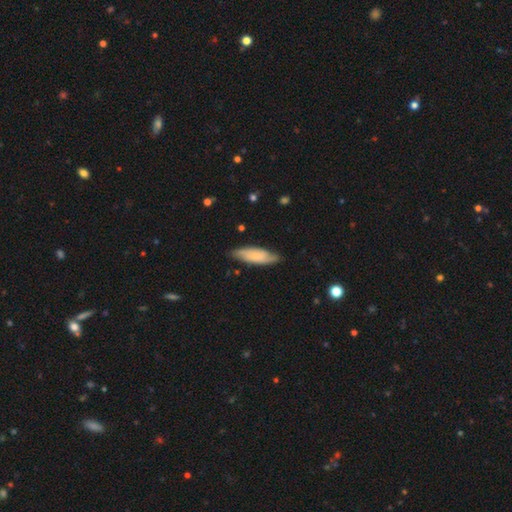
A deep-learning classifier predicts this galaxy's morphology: Smooth or featured? Predicted: smooth (p=0.65). How rounded? Predicted: in between (p=0.50). Merging? Predicted: none (p=0.78).